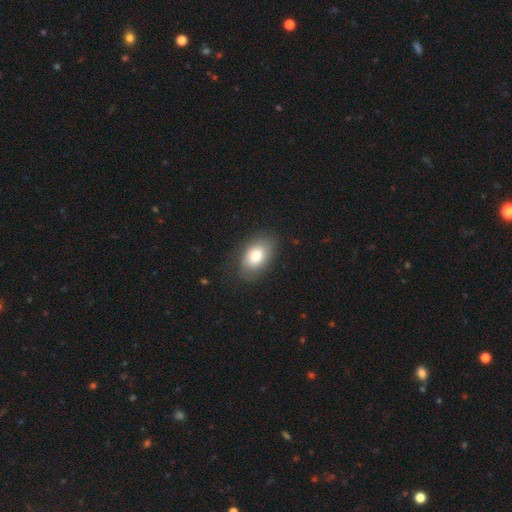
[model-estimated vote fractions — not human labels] smooth-or-featured: smooth: 74% | featured or disk: 17% | star or artifact: 8%
  how-rounded: in between: 87% | round: 12% | cigar-shaped: 1%
  merging: none: 80% | minor disturbance: 15% | major disturbance: 5% | merger: 1%